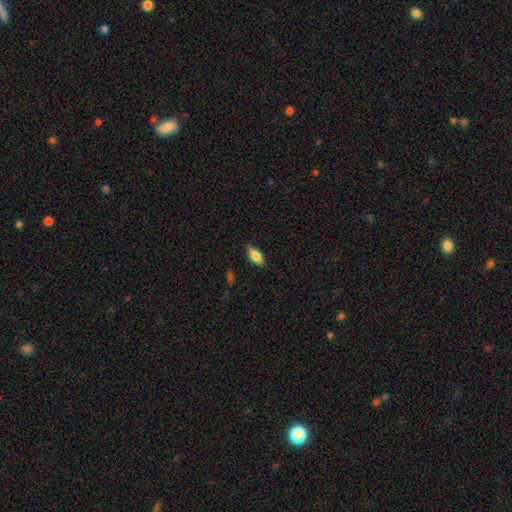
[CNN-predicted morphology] Overall: smooth (80%). How rounded: in between (86%). Merging: none (81%).